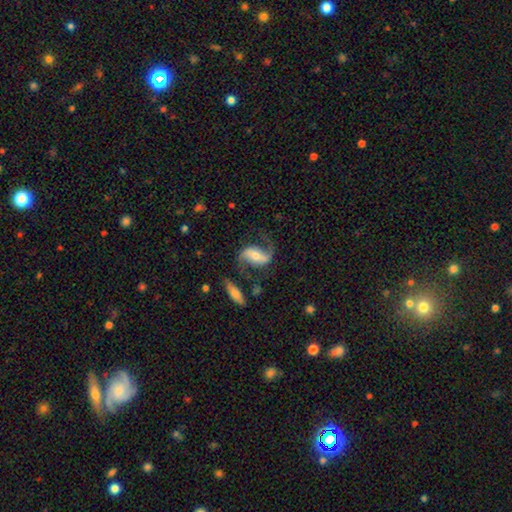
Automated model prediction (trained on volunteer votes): Overall: featured or disk (82%). Edge-on disk: no (95%). Bar: strong (41%; weak 32%). Spiral arms: yes (94%). Spiral arm count: 2 (88%). Spiral winding: loose (65%; medium 28%). Bulge size: moderate (49%; small 41%). Merging: none (65%).